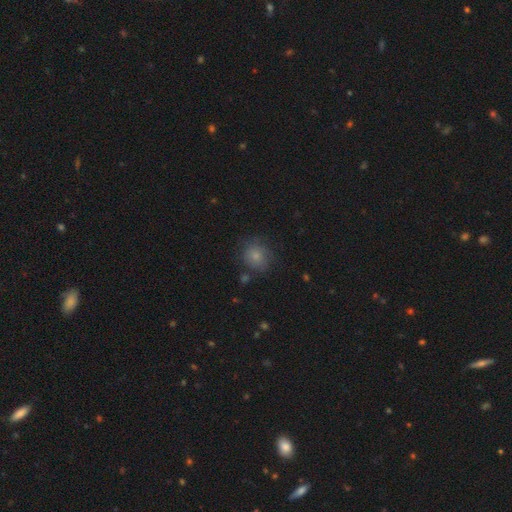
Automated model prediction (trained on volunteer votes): Smooth or featured?
  - smooth: 79% *
  - featured or disk: 11%
  - star or artifact: 10%
How rounded?
  - round: 83% *
  - in between: 16%
  - cigar-shaped: 1%
Merging?
  - none: 71% *
  - minor disturbance: 18%
  - major disturbance: 7%
  - merger: 4%